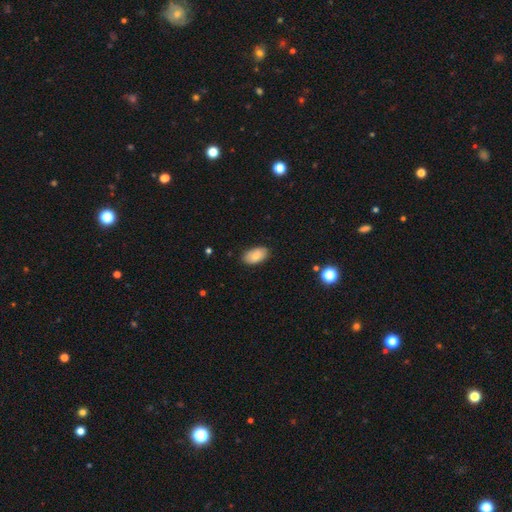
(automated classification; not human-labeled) smooth_or_featured: smooth (p=0.80) [alt: featured or disk p=0.13]
how_rounded: in between (p=0.94) [alt: round p=0.04]
merging: none (p=0.83) [alt: minor disturbance p=0.14]